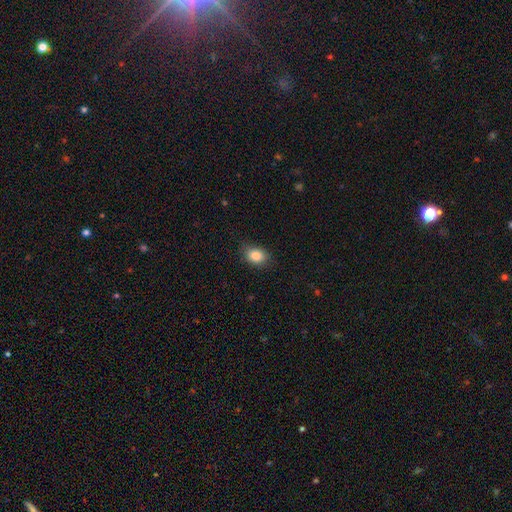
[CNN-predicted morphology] A smooth galaxy with no disk features (85%) that is in between round and cigar-shaped (68%). Merging: none (81%).